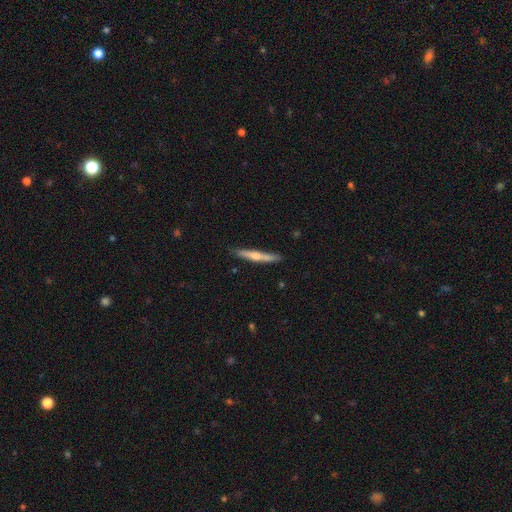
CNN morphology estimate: A featured or disk galaxy (59%) viewed edge-on (97%) with a rounded central bulge (80%). Merging: none (87%).